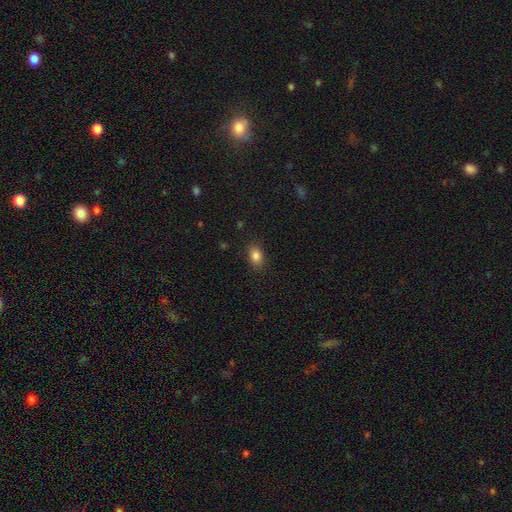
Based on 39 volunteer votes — Smooth or featured? 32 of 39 (82%) said smooth. How rounded? 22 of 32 (69%) said in between. Merging? 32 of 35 (91%) said none.